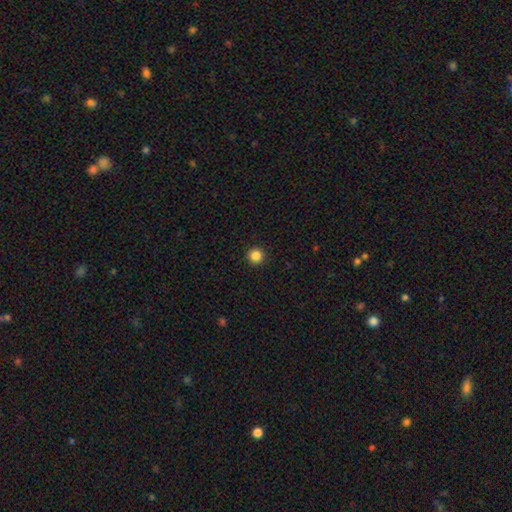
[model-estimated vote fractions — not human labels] Smooth or featured? Predicted: smooth (p=0.86). How rounded? Predicted: round (p=0.96). Merging? Predicted: none (p=0.94).